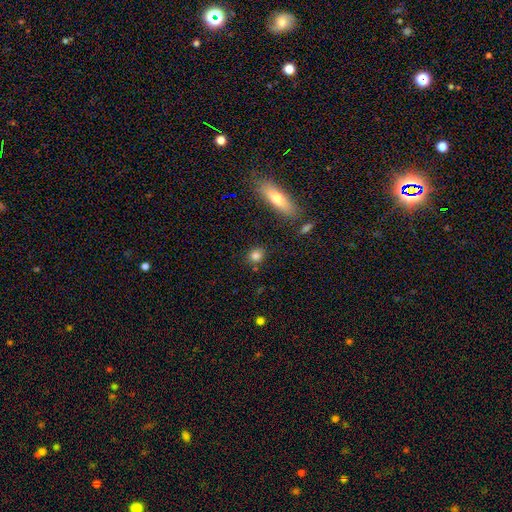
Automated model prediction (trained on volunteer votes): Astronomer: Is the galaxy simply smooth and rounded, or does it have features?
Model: smooth — 81%.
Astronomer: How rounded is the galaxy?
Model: round — 73%.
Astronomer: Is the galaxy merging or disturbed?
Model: none — 83%.